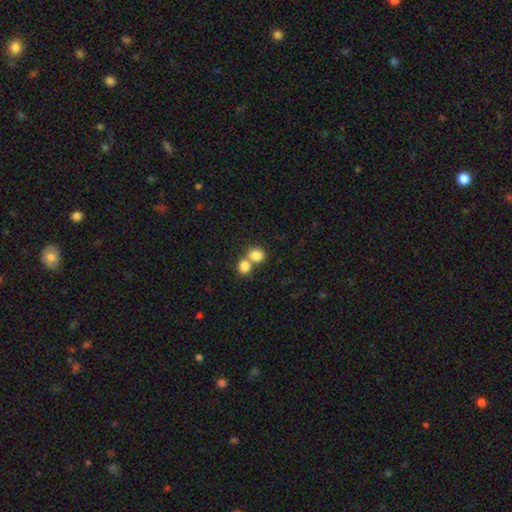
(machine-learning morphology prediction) The model was most divided on "merging": merger: 54%, none: 38%, minor disturbance: 6%, major disturbance: 3%. More confident: smooth or featured — smooth (83%); how rounded — round (68%).